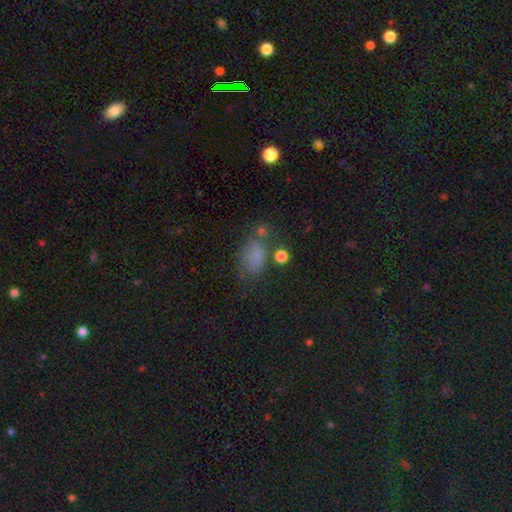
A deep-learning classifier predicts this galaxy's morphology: This appears to be a smooth galaxy with no disk features (71%) that is in between round and cigar-shaped (83%). Merging: none (48%).